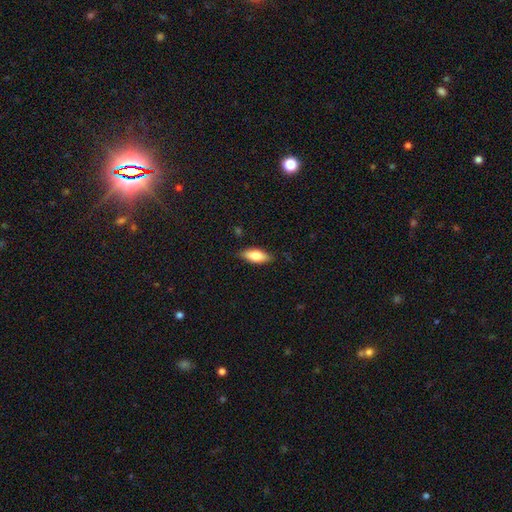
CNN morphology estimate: type=smooth (75%); roundness=in between (81%); merging=none (84%).